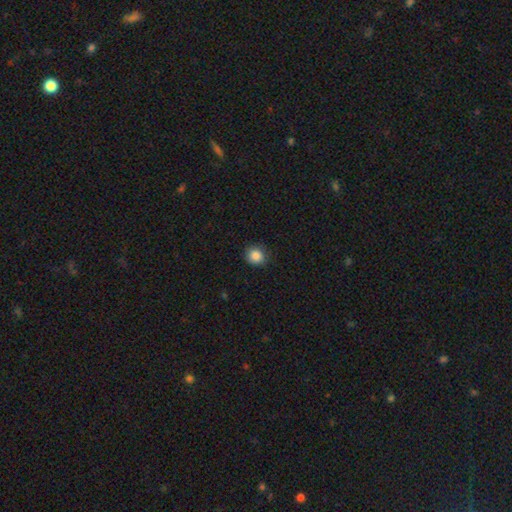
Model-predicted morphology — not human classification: This appears to be a smooth galaxy with no disk features (86%) that is round (84%). Merging: none (88%).